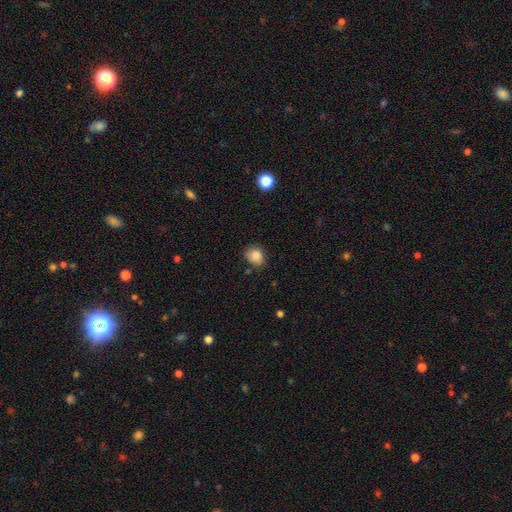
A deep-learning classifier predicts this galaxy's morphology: smooth-or-featured: smooth: 84% | star or artifact: 10% | featured or disk: 6%
  how-rounded: round: 53% | in between: 46% | cigar-shaped: 1%
  merging: none: 72% | minor disturbance: 22% | major disturbance: 4% | merger: 2%